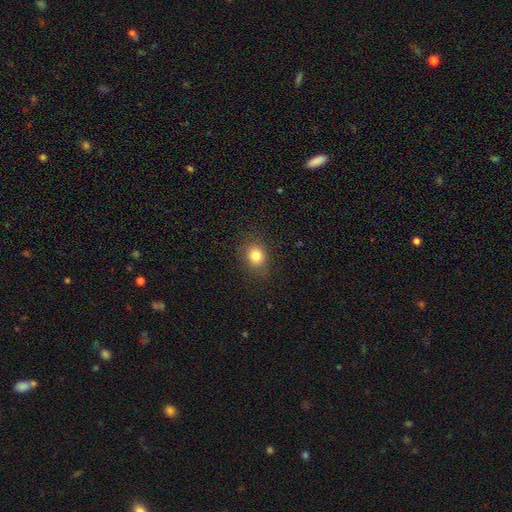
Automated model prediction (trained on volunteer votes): This appears to be a smooth galaxy with no disk features (82%) that is round (67%). Merging: none (84%).